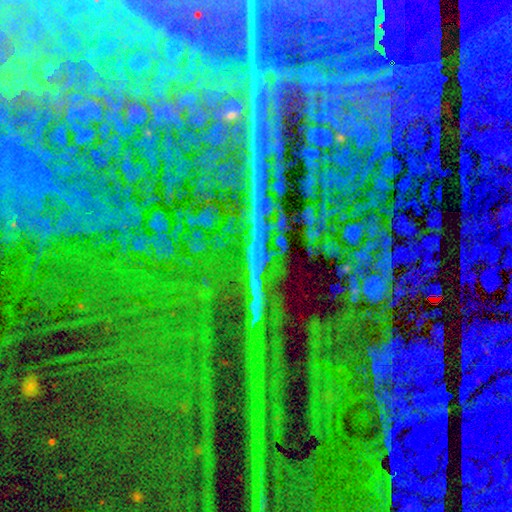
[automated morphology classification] The model was most divided on "smooth or featured": star or artifact: 87%, featured or disk: 7%, smooth: 6%.